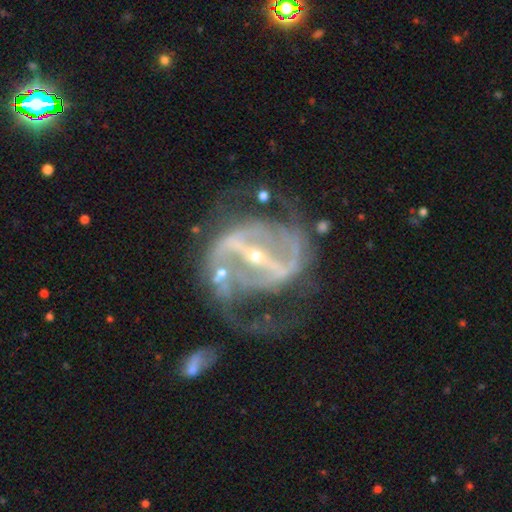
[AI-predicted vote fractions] Morphology: type=featured or disk (91%); edge-on=no (96%); bar=strong (83%); spiral arms=yes (91%); winding=medium (49%); arm count=2 (79%); bulge=small (77%); merging=none (46%).